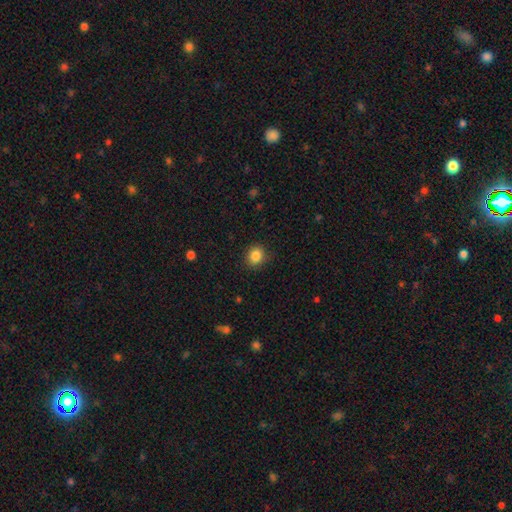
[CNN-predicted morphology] Smooth or featured?
  - smooth: 86% *
  - star or artifact: 10%
  - featured or disk: 4%
How rounded?
  - round: 69% *
  - in between: 30%
  - cigar-shaped: 1%
Merging?
  - none: 85% *
  - minor disturbance: 11%
  - major disturbance: 3%
  - merger: 1%